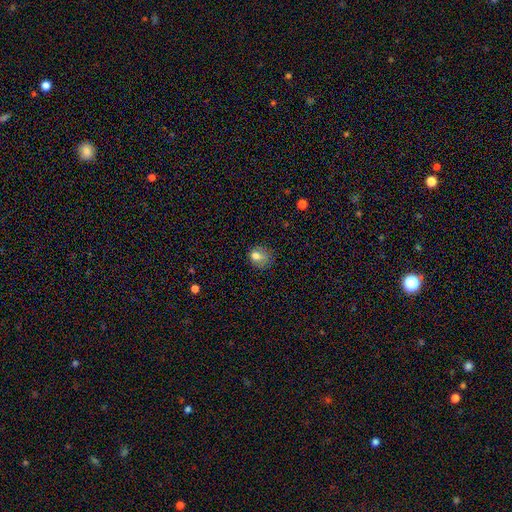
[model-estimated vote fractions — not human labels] Smooth or featured: smooth — 77% (star or artifact — 12%)
How rounded: round — 62% (in between — 37%)
Merging: none — 56% (minor disturbance — 28%)